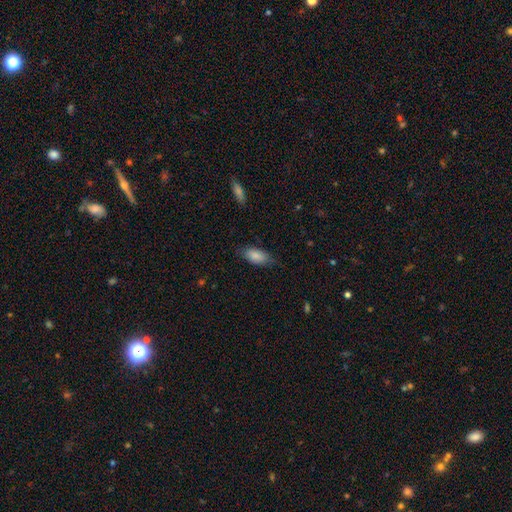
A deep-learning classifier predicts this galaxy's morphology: This is clearly a smooth galaxy (86%). How rounded: clearly in between (89%). Merging: likely none (75%).